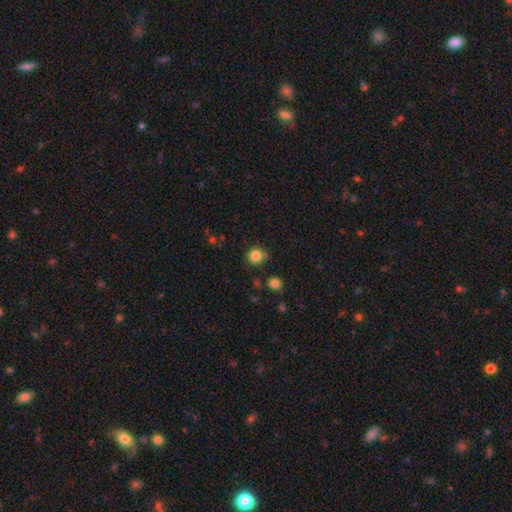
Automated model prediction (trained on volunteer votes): This is clearly a smooth galaxy (84%). How rounded: clearly round (91%). Merging: likely none (79%).